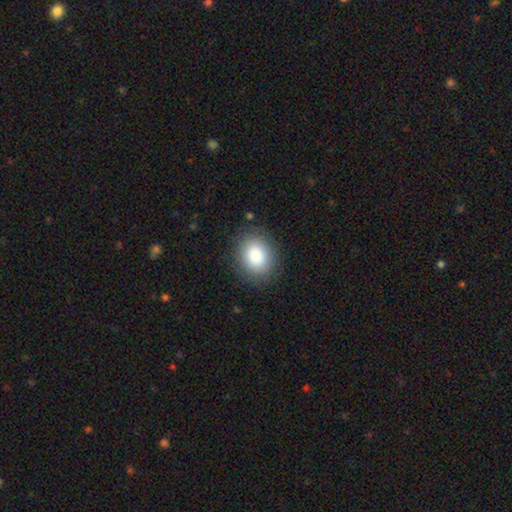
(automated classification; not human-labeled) smooth 87%, star or artifact 8%, featured or disk 6%. Down the decision tree: how rounded — in between (50%); merging — none (86%).